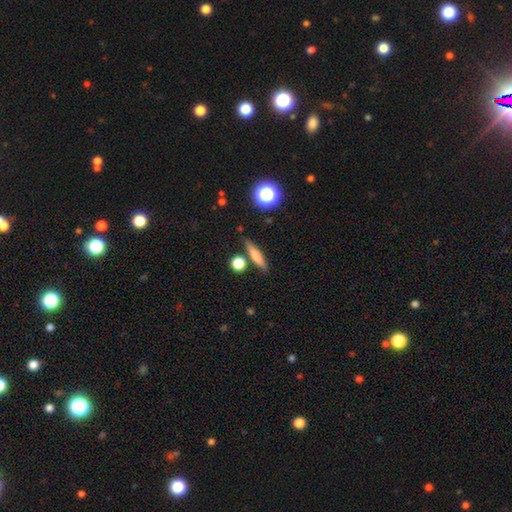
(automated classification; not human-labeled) smooth 64%, featured or disk 27%, star or artifact 9%. Down the decision tree: how rounded — cigar-shaped (78%); merging — none (81%).